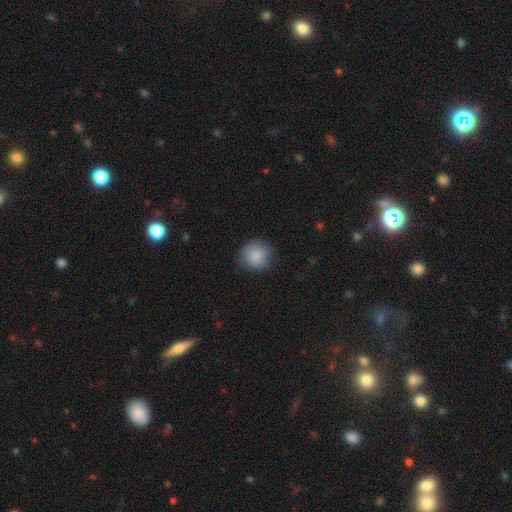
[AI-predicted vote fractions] Q: Smooth or featured?
A: smooth (88%); runner-up: star or artifact (8%)
Q: How rounded?
A: round (91%); runner-up: in between (8%)
Q: Merging?
A: none (84%); runner-up: minor disturbance (12%)